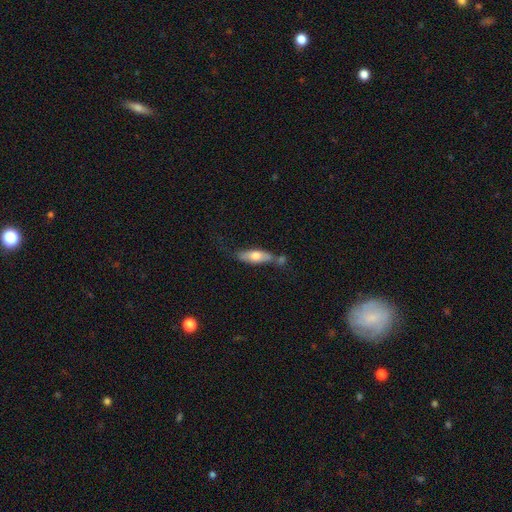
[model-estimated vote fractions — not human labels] Q: Smooth or featured?
A: smooth (62%); runner-up: featured or disk (32%)
Q: How rounded?
A: in between (53%); runner-up: cigar-shaped (45%)
Q: Merging?
A: none (53%); runner-up: minor disturbance (21%)